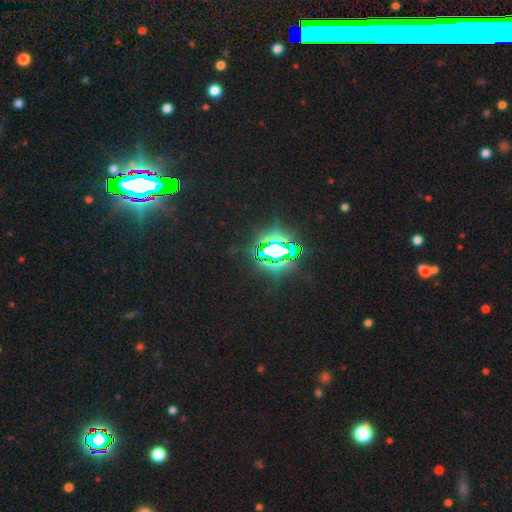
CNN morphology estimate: Smooth or featured? star or artifact (84%)